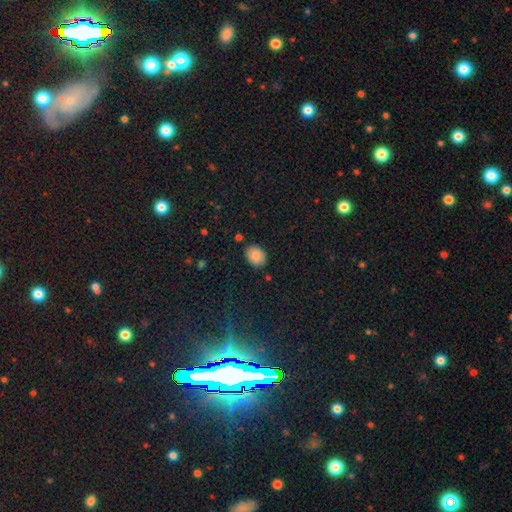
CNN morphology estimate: Overall: smooth (86%). How rounded: in between (67%; round 32%). Merging: none (85%).